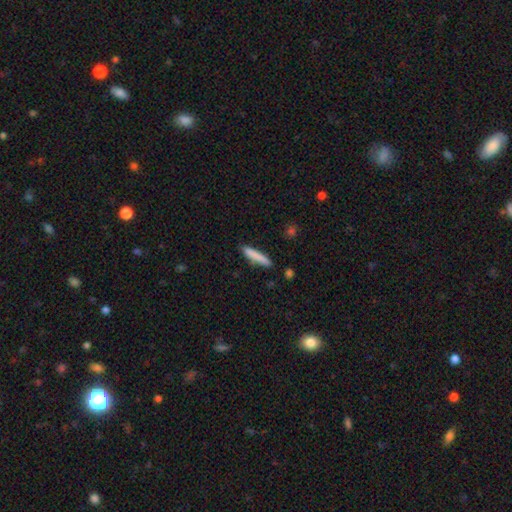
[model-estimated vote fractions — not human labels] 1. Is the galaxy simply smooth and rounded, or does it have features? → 83% smooth, 11% featured or disk, 6% star or artifact.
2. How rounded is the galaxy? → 91% cigar-shaped, 8% in between, 1% round.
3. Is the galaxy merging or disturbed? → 83% none, 12% minor disturbance, 2% merger, 2% major disturbance.